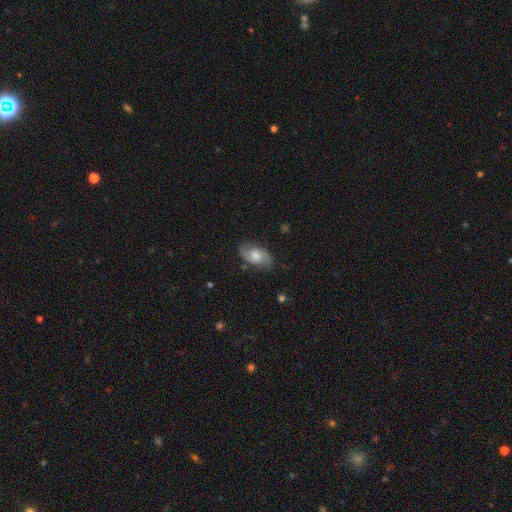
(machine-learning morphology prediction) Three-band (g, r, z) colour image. It shows a featured or disk galaxy (67%) with no bar (57%), 2 (88%) medium (49%) spiral arms (93%) and a moderate central bulge (48%). Merging: none (79%).